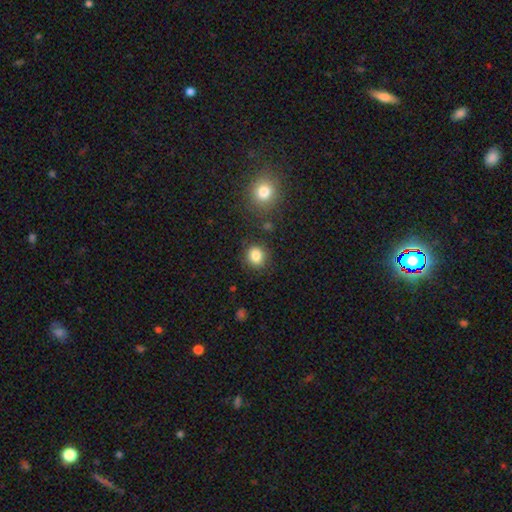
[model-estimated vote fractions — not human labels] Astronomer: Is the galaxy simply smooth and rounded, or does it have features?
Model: smooth — 84%.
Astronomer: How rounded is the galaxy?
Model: round — 81%.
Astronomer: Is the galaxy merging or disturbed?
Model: none — 84%.